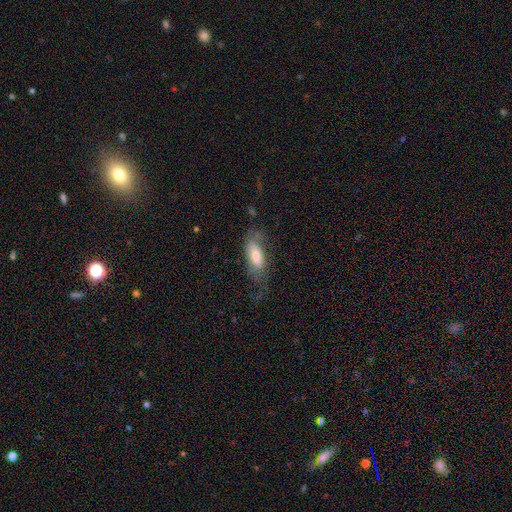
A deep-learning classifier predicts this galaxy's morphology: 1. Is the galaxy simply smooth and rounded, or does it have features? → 60% smooth, 33% featured or disk, 7% star or artifact.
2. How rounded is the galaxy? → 76% in between, 21% cigar-shaped, 2% round.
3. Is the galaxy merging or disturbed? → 48% none, 26% minor disturbance, 24% major disturbance, 2% merger.